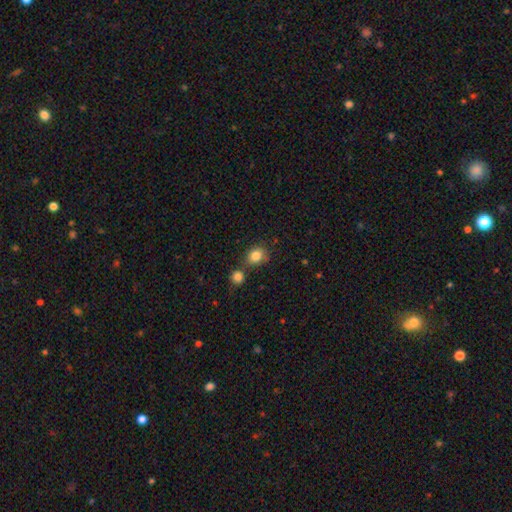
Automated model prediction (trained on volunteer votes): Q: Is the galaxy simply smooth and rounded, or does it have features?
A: smooth — 84%.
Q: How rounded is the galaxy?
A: round — 62%.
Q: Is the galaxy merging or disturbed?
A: none — 56%.